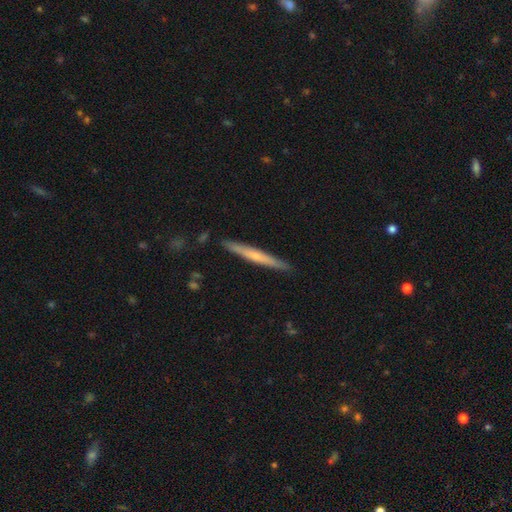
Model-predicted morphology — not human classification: Smooth or featured? Predicted: featured or disk (p=0.49). Merging? Predicted: none (p=0.89).